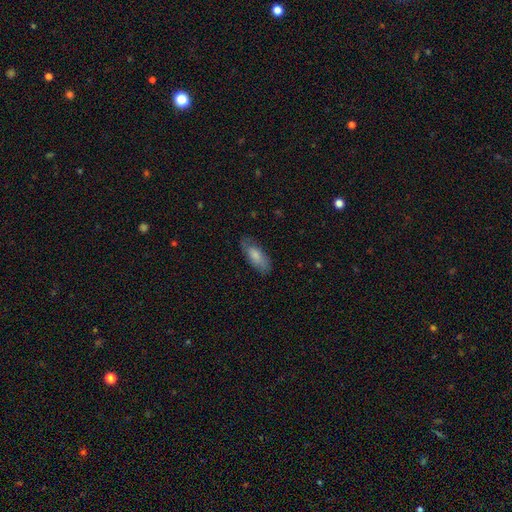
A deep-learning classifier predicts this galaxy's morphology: Overall: smooth (78%). How rounded: in between (77%). Merging: none (74%).